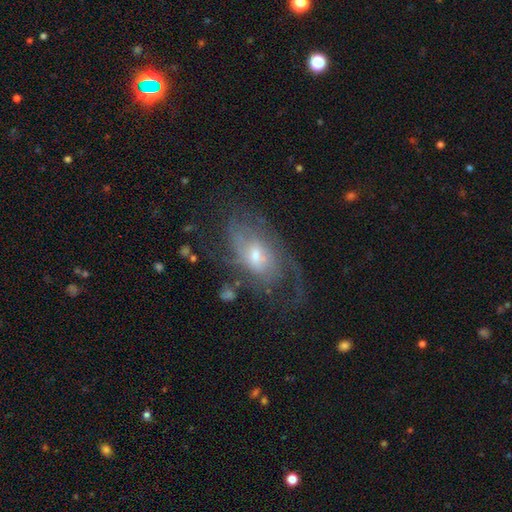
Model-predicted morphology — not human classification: Smooth or featured? Predicted: featured or disk (p=0.76). Edge-on disk? Predicted: no (p=0.94). Bar? Predicted: no (p=0.55). Spiral arms? Predicted: yes (p=0.86). Spiral winding? Predicted: medium (p=0.41). Spiral arm count? Predicted: can't tell (p=0.40). Bulge size? Predicted: moderate (p=0.51). Merging? Predicted: none (p=0.53).